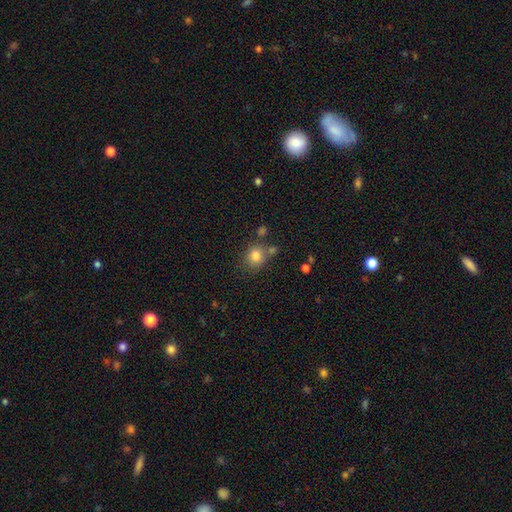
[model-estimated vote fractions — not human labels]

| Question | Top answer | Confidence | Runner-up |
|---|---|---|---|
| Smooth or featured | smooth | 82% | star or artifact (11%) |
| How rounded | round | 79% | in between (20%) |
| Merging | none | 66% | merger (15%) |